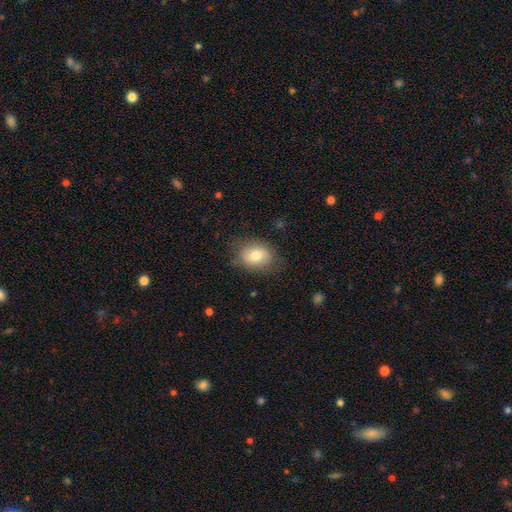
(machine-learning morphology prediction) This is likely a smooth galaxy (79%). How rounded: likely in between (63%). Merging: likely none (74%).